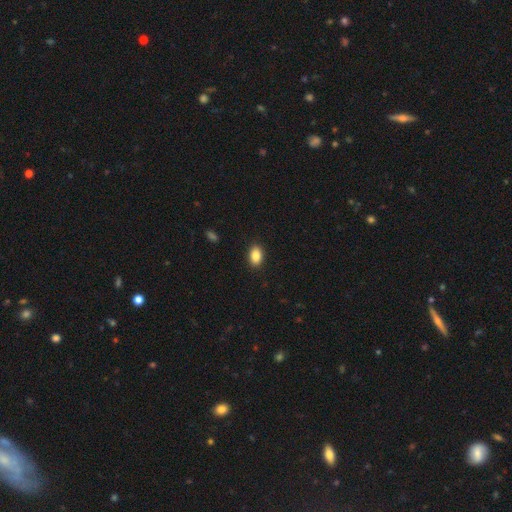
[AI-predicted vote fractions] A smooth galaxy with no disk features (87%) that is in between round and cigar-shaped (87%).

Vote fractions:
- Smooth or featured? smooth: 87% / star or artifact: 8% / featured or disk: 5%
- How rounded? in between: 87% / round: 11% / cigar-shaped: 2%
- Merging? none: 89% / minor disturbance: 8% / major disturbance: 2% / merger: 1%